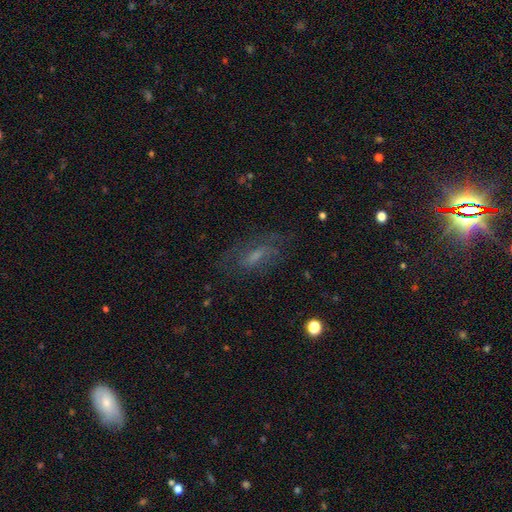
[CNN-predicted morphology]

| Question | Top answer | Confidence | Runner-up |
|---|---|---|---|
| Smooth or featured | featured or disk | 47% | smooth (36%) |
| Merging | none | 65% | minor disturbance (19%) |